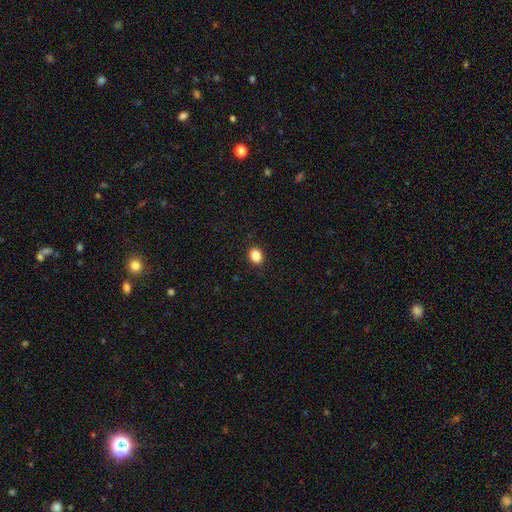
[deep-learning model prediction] smooth 86%, star or artifact 10%, featured or disk 4%. Down the decision tree: how rounded — in between (51%); merging — none (90%).